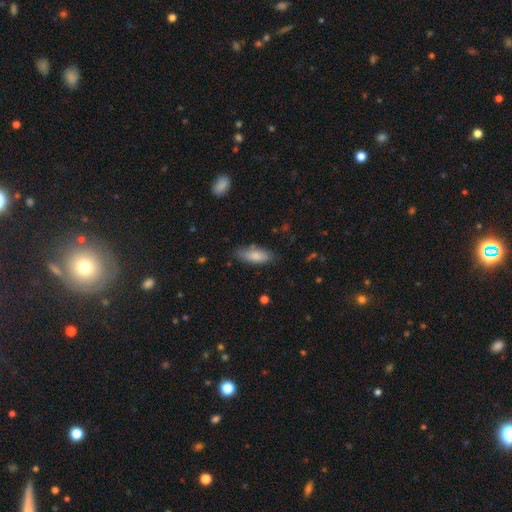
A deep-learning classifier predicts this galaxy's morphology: A smooth galaxy with no disk features (83%) that is in between round and cigar-shaped (70%). Merging: none (76%).